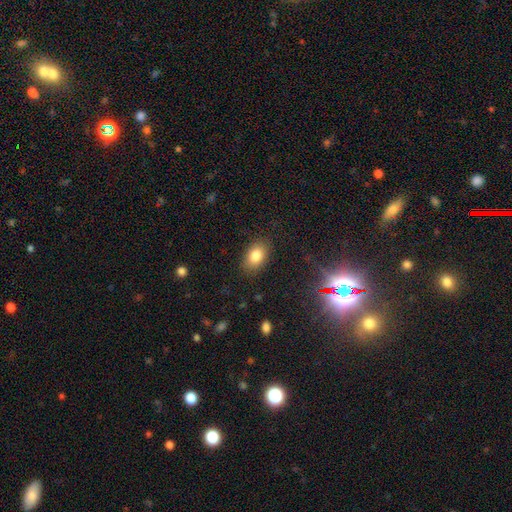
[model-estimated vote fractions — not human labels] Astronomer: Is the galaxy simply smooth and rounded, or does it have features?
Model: smooth — 82%.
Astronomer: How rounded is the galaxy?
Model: in between — 86%.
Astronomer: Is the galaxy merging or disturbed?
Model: none — 85%.